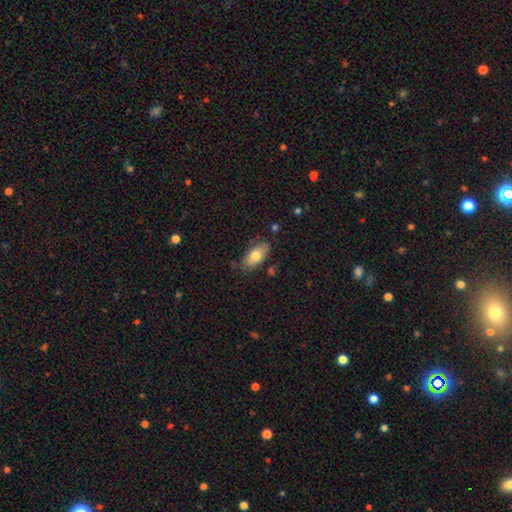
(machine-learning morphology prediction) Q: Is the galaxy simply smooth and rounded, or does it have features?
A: smooth — 76%.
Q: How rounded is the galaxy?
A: in between — 91%.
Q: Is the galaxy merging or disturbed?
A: none — 76%.